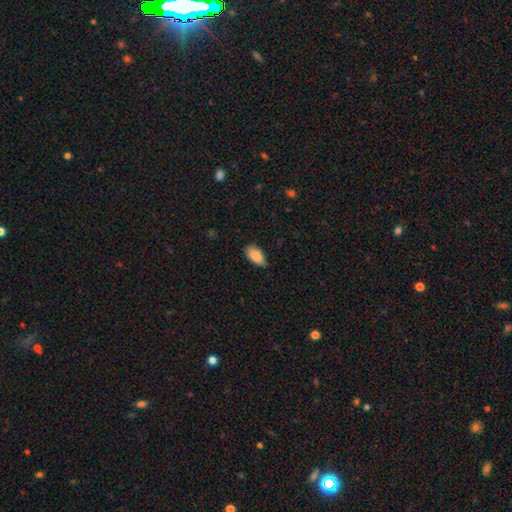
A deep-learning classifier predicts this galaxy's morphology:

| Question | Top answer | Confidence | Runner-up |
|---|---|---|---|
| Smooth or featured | smooth | 88% | star or artifact (7%) |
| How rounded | in between | 93% | cigar-shaped (4%) |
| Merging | none | 69% | minor disturbance (27%) |